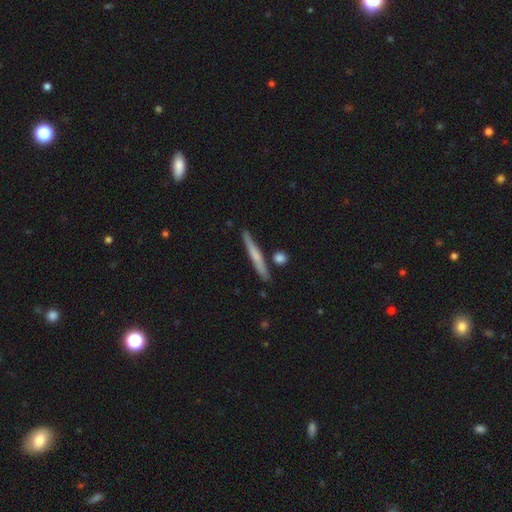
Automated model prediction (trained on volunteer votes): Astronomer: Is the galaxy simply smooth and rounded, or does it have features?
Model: smooth — 52% (runner-up: featured or disk, 42%).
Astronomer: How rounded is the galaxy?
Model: cigar-shaped — 95%.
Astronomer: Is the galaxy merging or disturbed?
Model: none — 85%.